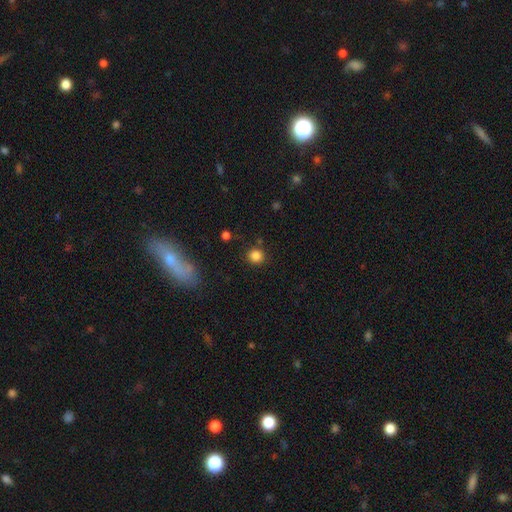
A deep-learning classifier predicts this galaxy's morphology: Smooth or featured? smooth (84%)
How rounded? round (91%)
Merging? none (86%)